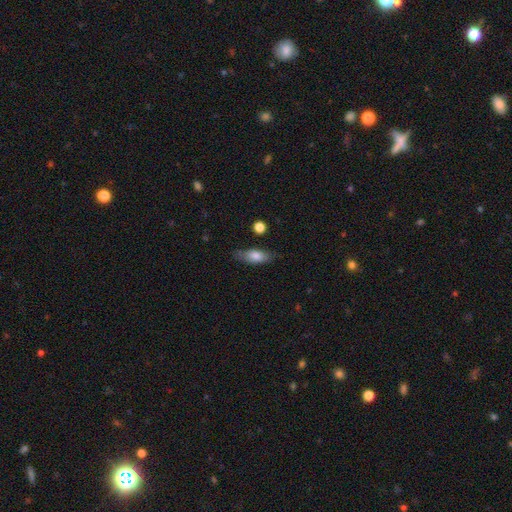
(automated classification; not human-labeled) This appears to be a smooth galaxy with no disk features (73%) that is in between round and cigar-shaped (69%). Merging: none (75%).